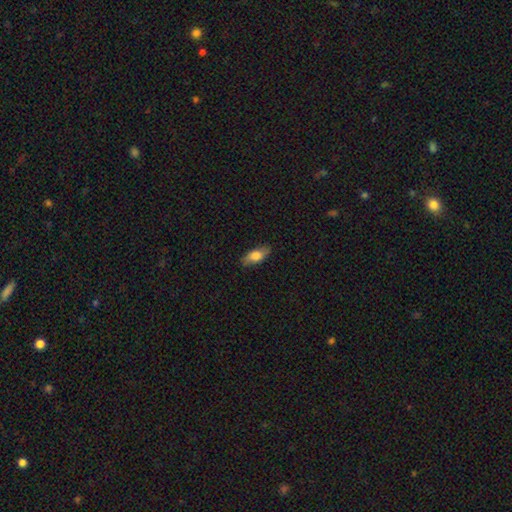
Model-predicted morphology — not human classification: A smooth galaxy with no disk features (73%) that is in between round and cigar-shaped (79%).

Vote fractions:
- Smooth or featured? smooth: 73% / featured or disk: 20% / star or artifact: 7%
- How rounded? in between: 79% / cigar-shaped: 17% / round: 4%
- Merging? none: 83% / minor disturbance: 13% / major disturbance: 3% / merger: 1%